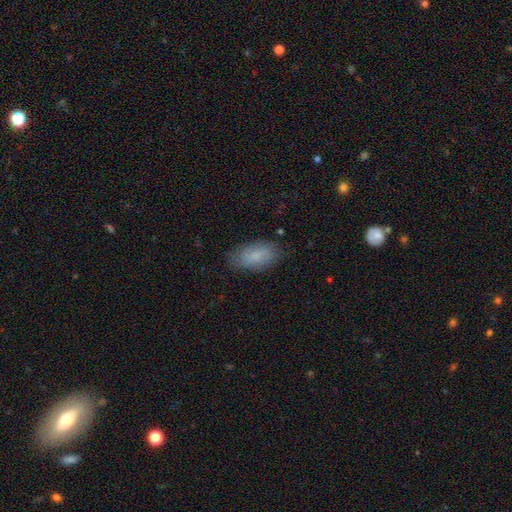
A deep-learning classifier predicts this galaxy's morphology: Overall: smooth (76%). How rounded: in between (93%). Merging: none (78%).